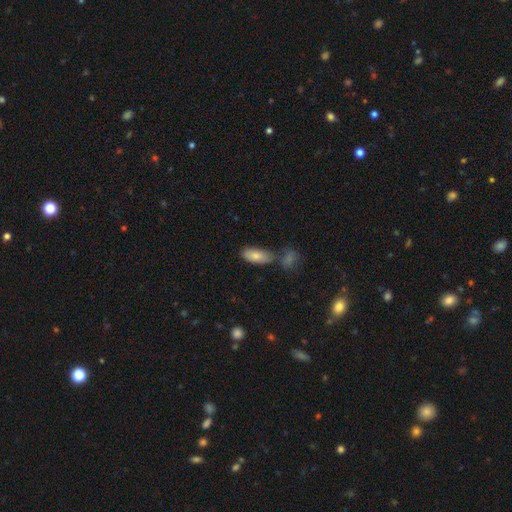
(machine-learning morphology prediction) This is clearly a smooth galaxy (81%). How rounded: clearly in between (84%). Merging: possibly none (57%).